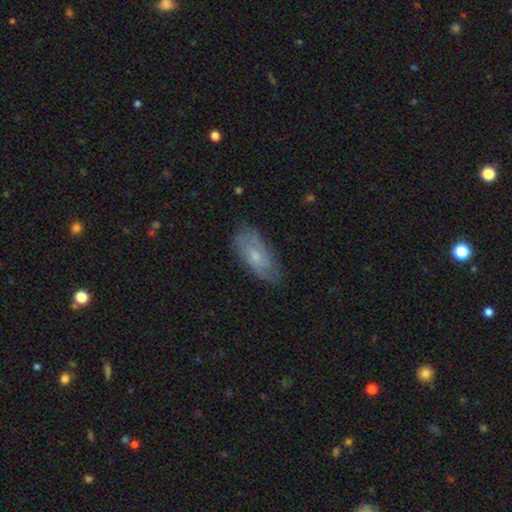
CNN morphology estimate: Smooth or featured: featured or disk — 58% (smooth — 35%)
Edge-on disk: no — 91% (yes — 9%)
Bar: no — 63% (weak — 32%)
Spiral arms: yes — 84% (no — 16%)
Bulge size: small — 58% (moderate — 34%)
Merging: none — 75% (minor disturbance — 19%)